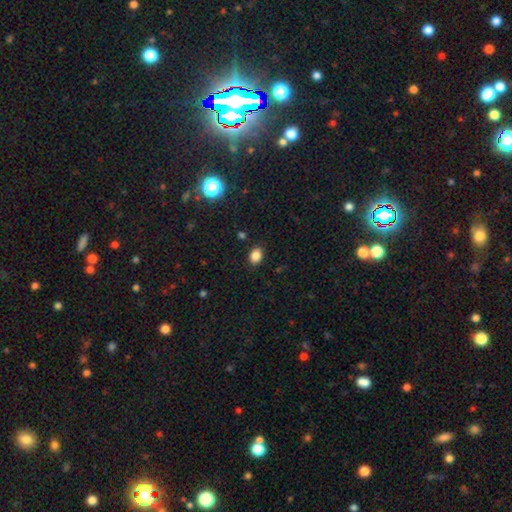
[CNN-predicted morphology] This appears to be a smooth galaxy with no disk features (84%) that is in between round and cigar-shaped (70%). Merging: none (88%).